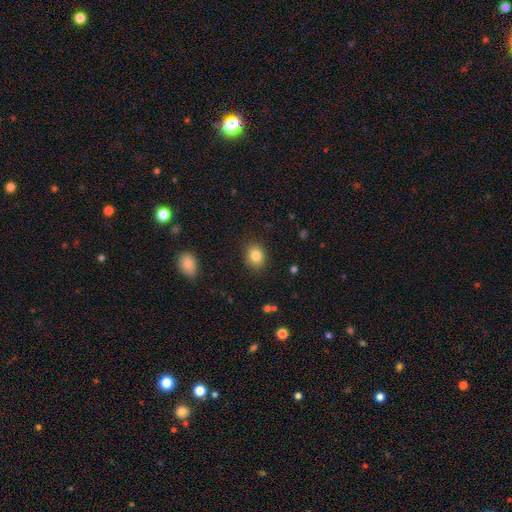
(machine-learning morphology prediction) Smooth or featured? Predicted: smooth (p=0.84). How rounded? Predicted: round (p=0.59). Merging? Predicted: none (p=0.86).